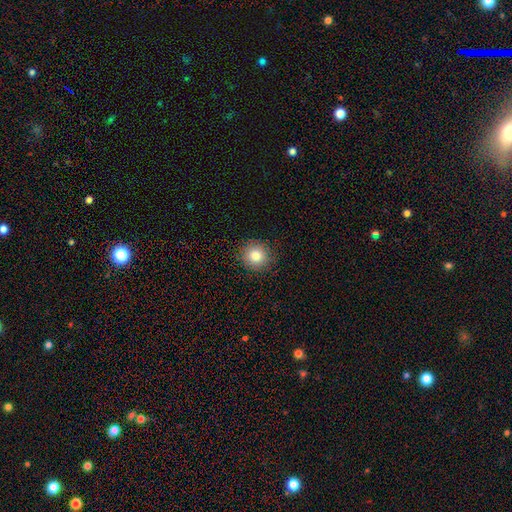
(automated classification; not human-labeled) A smooth galaxy with no disk features (81%) that is round (93%).

Vote fractions:
- Smooth or featured? smooth: 81% / star or artifact: 11% / featured or disk: 8%
- How rounded? round: 93% / in between: 6% / cigar-shaped: 1%
- Merging? none: 90% / minor disturbance: 7% / major disturbance: 2% / merger: 1%